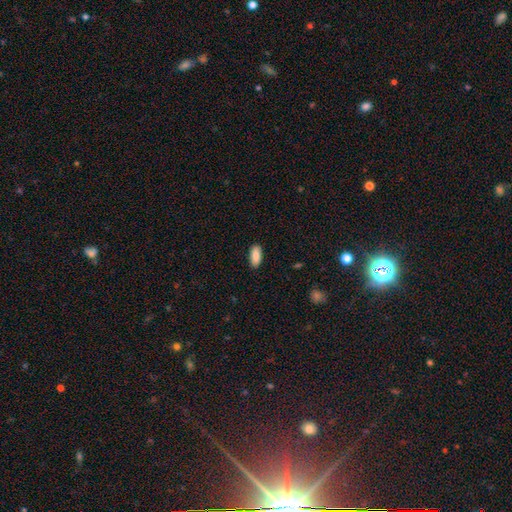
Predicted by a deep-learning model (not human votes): Q: Smooth or featured?
A: smooth (89%); runner-up: star or artifact (6%)
Q: How rounded?
A: in between (86%); runner-up: cigar-shaped (12%)
Q: Merging?
A: none (89%); runner-up: minor disturbance (8%)